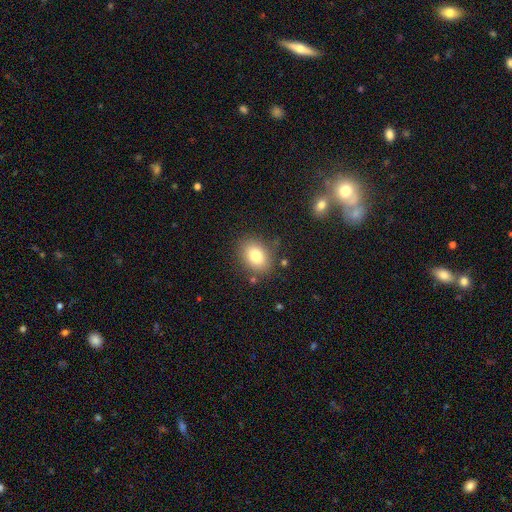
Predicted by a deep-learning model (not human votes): A smooth galaxy with no disk features (81%) that is in between round and cigar-shaped (67%). Merging: none (81%).